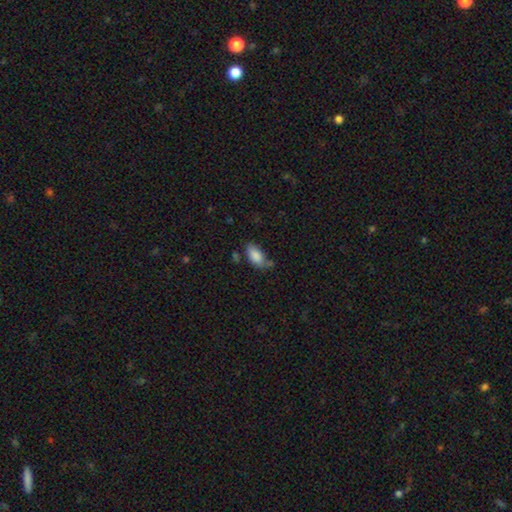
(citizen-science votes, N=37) This appears to be a smooth galaxy with no disk features (86%) that is in between round and cigar-shaped (94%). Merging: none (58%).